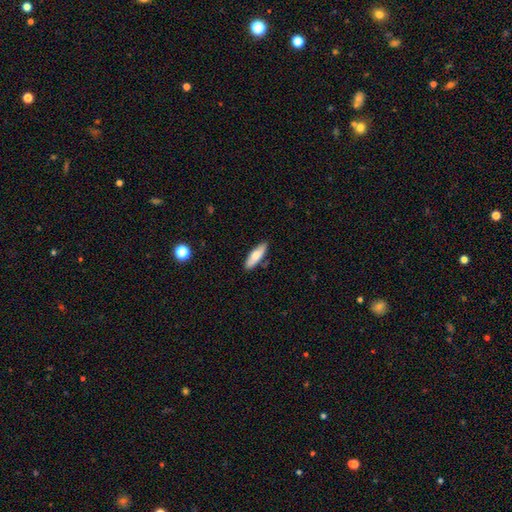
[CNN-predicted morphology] Q: Smooth or featured?
A: smooth (69%); runner-up: featured or disk (25%)
Q: How rounded?
A: cigar-shaped (52%); runner-up: in between (46%)
Q: Merging?
A: none (85%); runner-up: minor disturbance (11%)